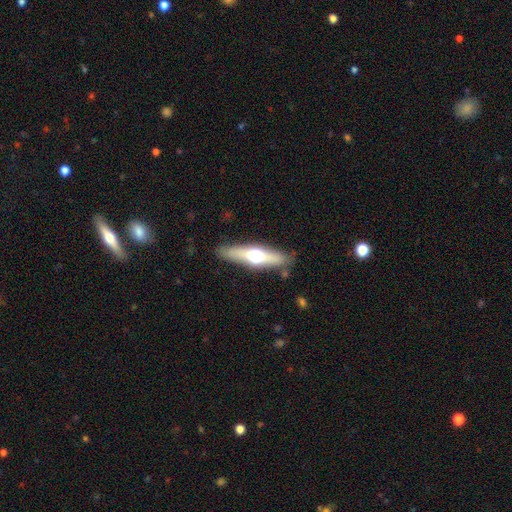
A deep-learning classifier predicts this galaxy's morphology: Smooth or featured?
  - featured or disk: 54% *
  - smooth: 40%
  - star or artifact: 6%
Edge-on disk?
  - yes: 90% *
  - no: 10%
Merging?
  - none: 86% *
  - minor disturbance: 10%
  - major disturbance: 3%
  - merger: 2%